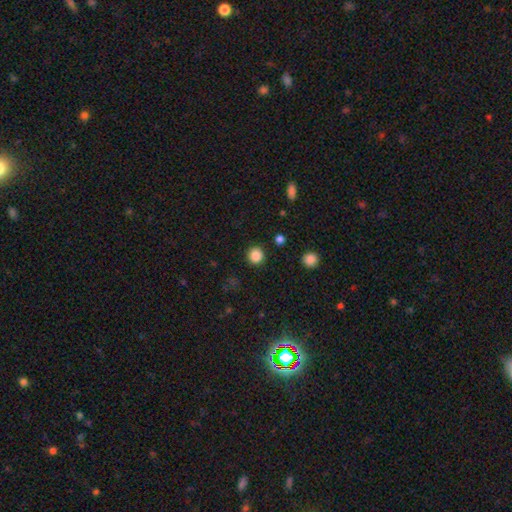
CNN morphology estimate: smooth-or-featured: smooth: 86% | star or artifact: 11% | featured or disk: 3%
  how-rounded: round: 93% | in between: 6% | cigar-shaped: 1%
  merging: none: 91% | minor disturbance: 5% | major disturbance: 2% | merger: 1%